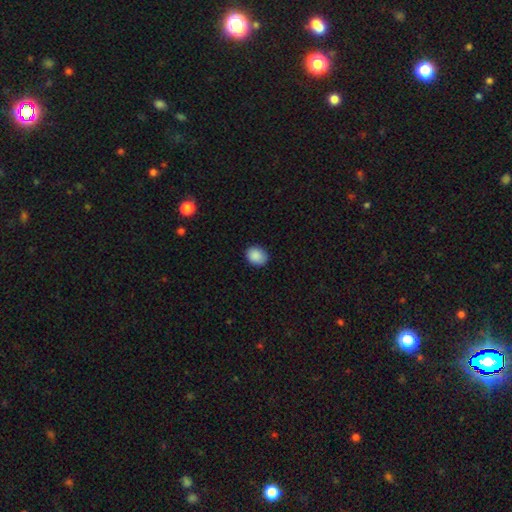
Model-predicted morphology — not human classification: smooth_or_featured: smooth (p=0.89) [alt: star or artifact p=0.08]
how_rounded: round (p=0.54) [alt: in between p=0.45]
merging: none (p=0.85) [alt: minor disturbance p=0.12]